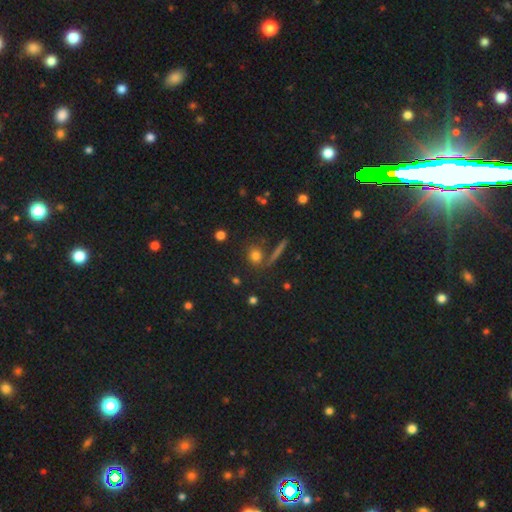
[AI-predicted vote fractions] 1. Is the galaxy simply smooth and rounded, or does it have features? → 74% smooth, 15% star or artifact, 10% featured or disk.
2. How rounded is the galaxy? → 79% round, 16% in between, 5% cigar-shaped.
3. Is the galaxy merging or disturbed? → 75% none, 11% merger, 10% minor disturbance, 5% major disturbance.